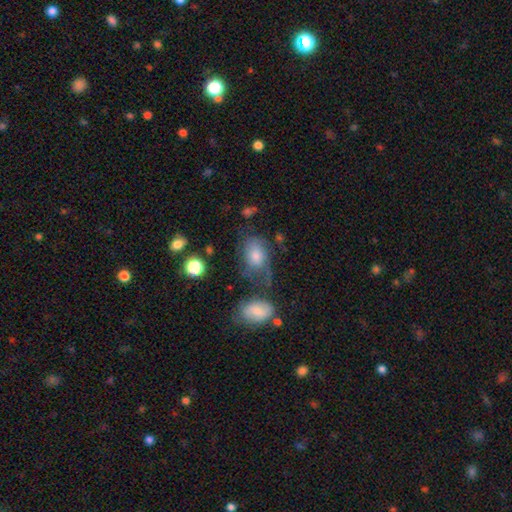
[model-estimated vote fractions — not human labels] smooth-or-featured: smooth: 56% | featured or disk: 33% | star or artifact: 11%
  how-rounded: in between: 82% | round: 17% | cigar-shaped: 2%
  merging: none: 43% | minor disturbance: 26% | major disturbance: 21% | merger: 11%